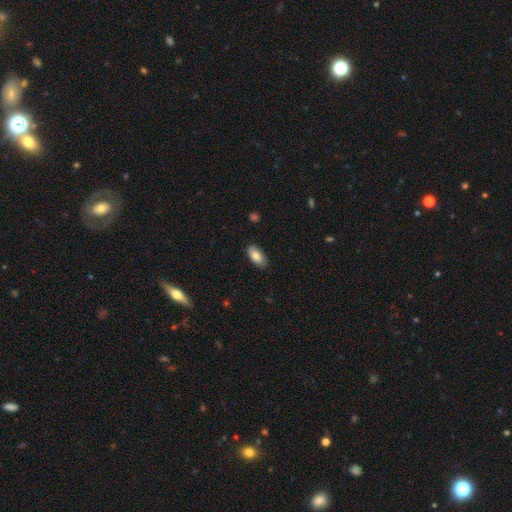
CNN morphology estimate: The model was most divided on "smooth or featured": smooth: 83%, featured or disk: 11%, star or artifact: 6%. More confident: how rounded — in between (92%); merging — none (87%).